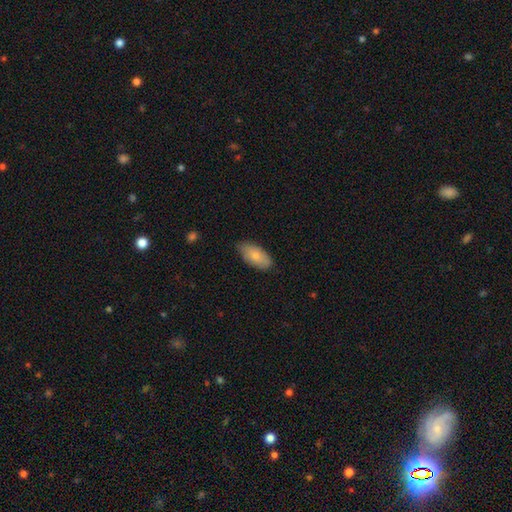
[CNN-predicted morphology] type=smooth (81%); roundness=in between (92%); merging=none (78%).